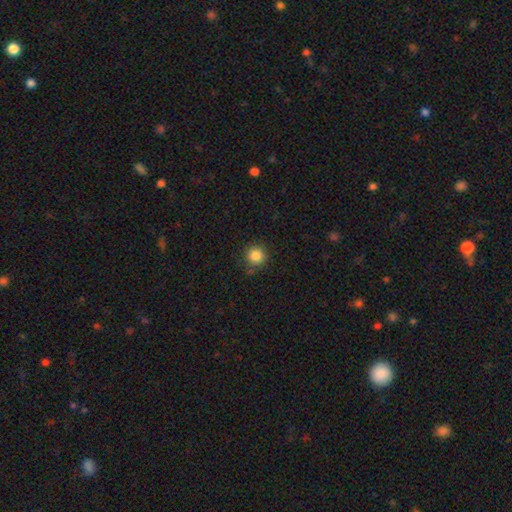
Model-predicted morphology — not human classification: Smooth or featured: smooth — 86% (star or artifact — 11%)
How rounded: round — 93% (in between — 6%)
Merging: none — 84% (minor disturbance — 10%)